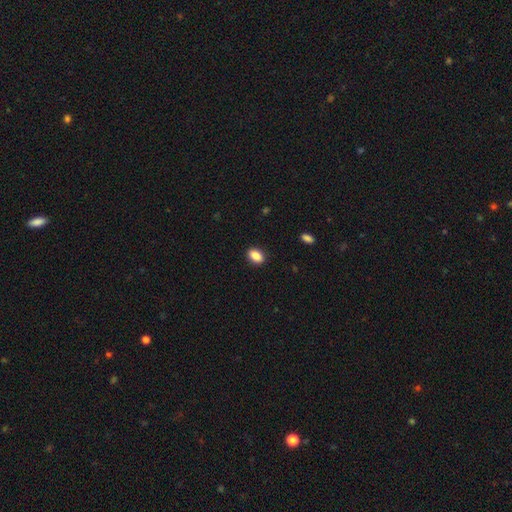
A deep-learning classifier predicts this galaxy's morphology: Smooth or featured: smooth — 87% (star or artifact — 8%)
How rounded: in between — 84% (round — 14%)
Merging: none — 90% (minor disturbance — 7%)